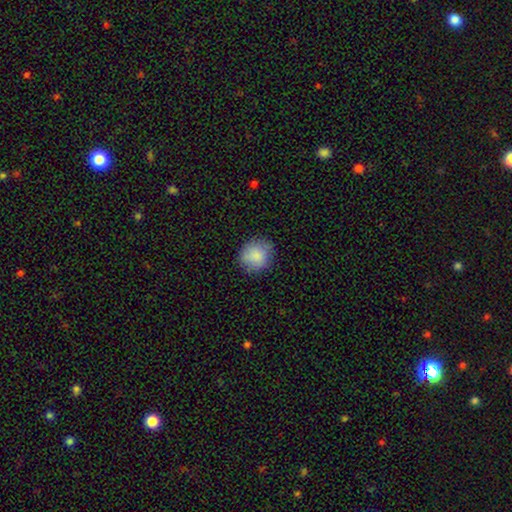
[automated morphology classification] type=smooth (85%); roundness=round (87%); merging=none (82%).